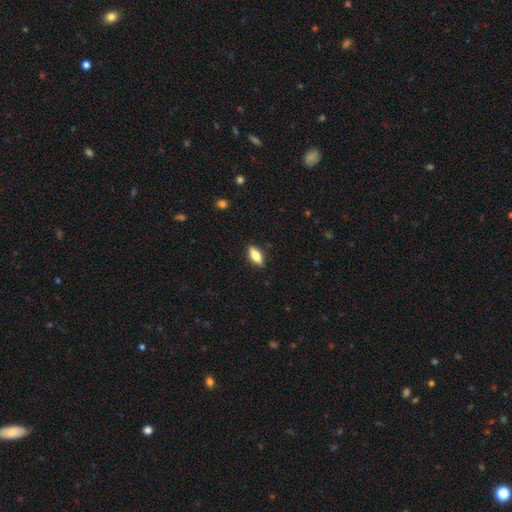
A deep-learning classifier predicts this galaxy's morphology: type=smooth (70%); roundness=in between (76%); merging=none (87%).